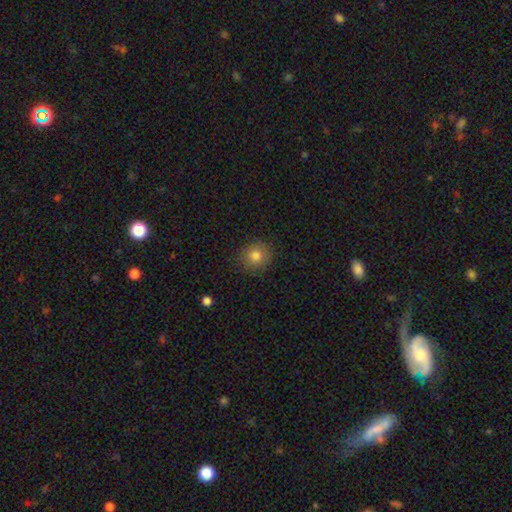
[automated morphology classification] Smooth or featured? Predicted: smooth (p=0.82). How rounded? Predicted: round (p=0.82). Merging? Predicted: none (p=0.87).